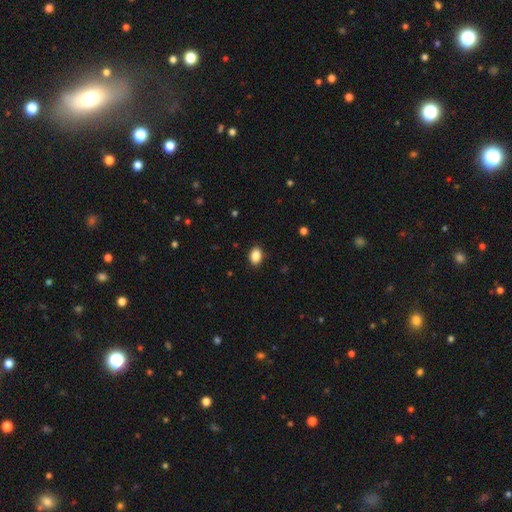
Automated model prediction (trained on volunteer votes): Overall: smooth (88%). How rounded: in between (80%). Merging: none (89%).